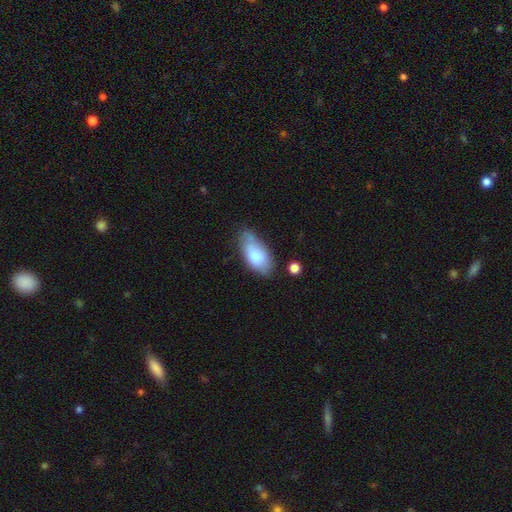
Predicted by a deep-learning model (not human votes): smooth 78%, featured or disk 15%, star or artifact 6%. Down the decision tree: how rounded — in between (91%); merging — none (56%).